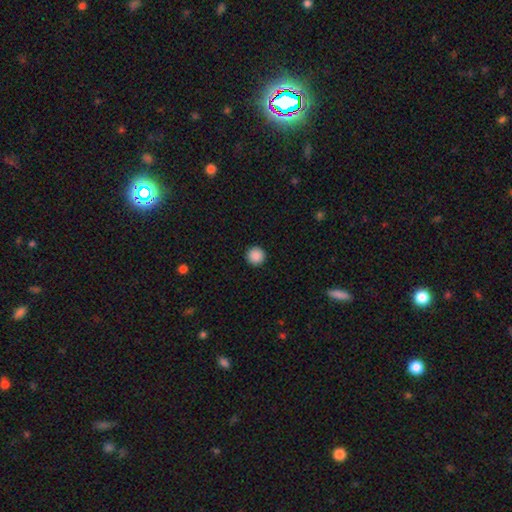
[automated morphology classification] Q: Smooth or featured?
A: smooth (89%); runner-up: star or artifact (9%)
Q: How rounded?
A: round (96%); runner-up: in between (3%)
Q: Merging?
A: none (94%); runner-up: minor disturbance (4%)